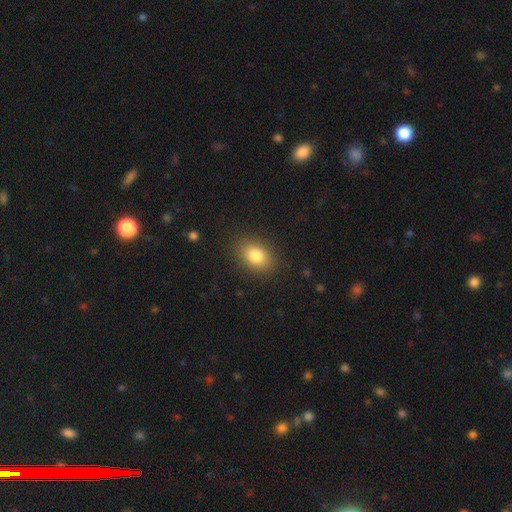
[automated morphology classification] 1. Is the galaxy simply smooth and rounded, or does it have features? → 82% smooth, 9% star or artifact, 9% featured or disk.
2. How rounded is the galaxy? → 80% in between, 19% round, 2% cigar-shaped.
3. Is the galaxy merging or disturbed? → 87% none, 9% minor disturbance, 3% major disturbance, 1% merger.